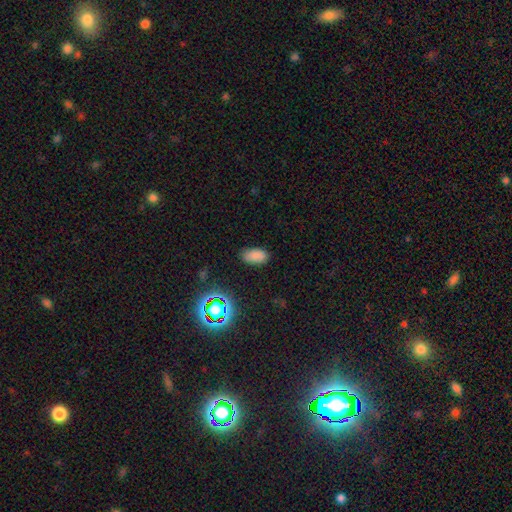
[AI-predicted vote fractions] The model was most divided on "smooth or featured": smooth: 80%, star or artifact: 15%, featured or disk: 5%. More confident: how rounded — in between (93%); merging — none (82%).